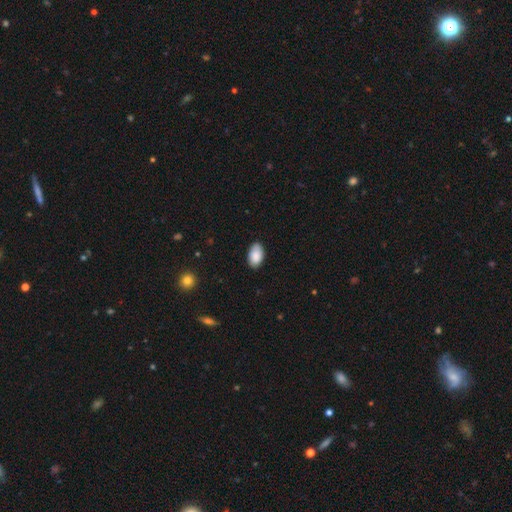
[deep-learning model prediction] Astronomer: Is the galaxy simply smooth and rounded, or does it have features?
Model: smooth — 89%.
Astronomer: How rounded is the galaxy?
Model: in between — 94%.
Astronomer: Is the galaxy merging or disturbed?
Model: none — 82%.